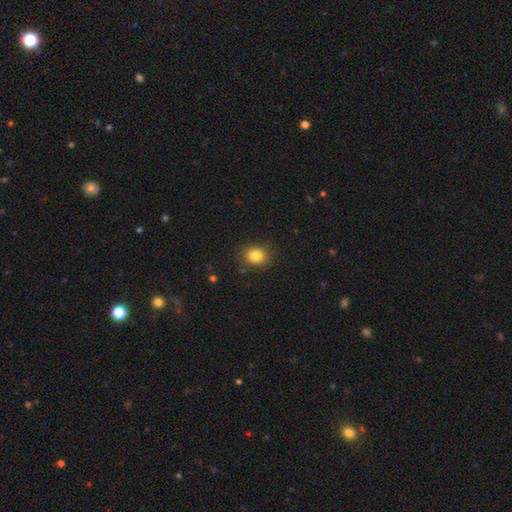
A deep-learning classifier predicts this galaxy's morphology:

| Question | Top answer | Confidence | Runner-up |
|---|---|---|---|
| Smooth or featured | smooth | 83% | star or artifact (11%) |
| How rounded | round | 62% | in between (37%) |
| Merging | none | 85% | minor disturbance (10%) |